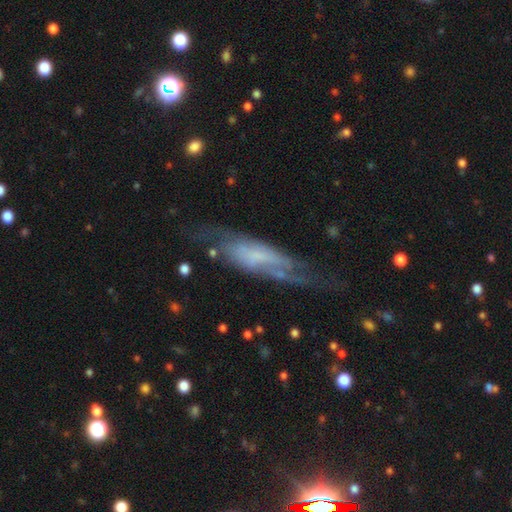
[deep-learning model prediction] Overall: featured or disk (67%). Edge-on disk: no (70%; yes 30%). Merging: none (52%; minor disturbance 25%).